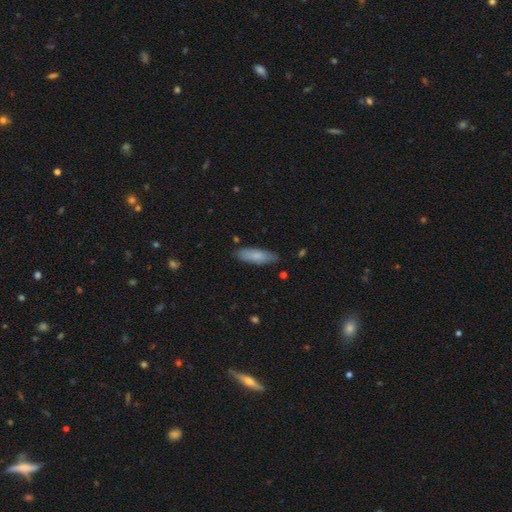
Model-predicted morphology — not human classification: smooth_or_featured: smooth (p=0.81) [alt: featured or disk p=0.13]
how_rounded: in between (p=0.52) [alt: cigar-shaped p=0.47]
merging: none (p=0.82) [alt: minor disturbance p=0.14]